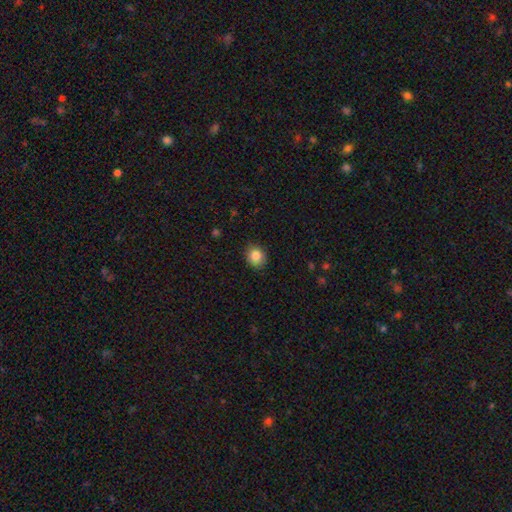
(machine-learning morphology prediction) The model was most divided on "how rounded": round: 66%, in between: 33%, cigar-shaped: 1%. More confident: merging — none (85%); smooth or featured — smooth (85%).